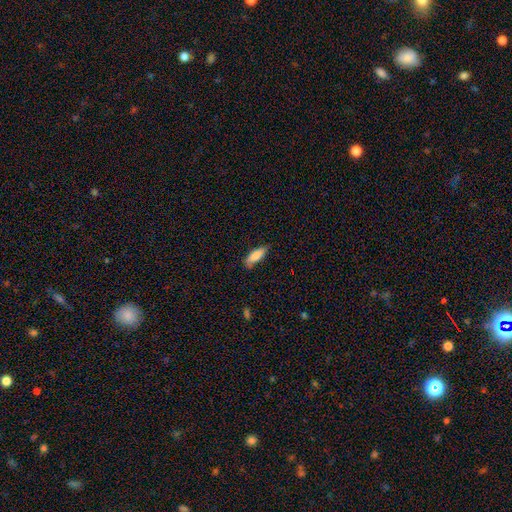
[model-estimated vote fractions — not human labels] Smooth or featured? Predicted: smooth (p=0.82). How rounded? Predicted: in between (p=0.57). Merging? Predicted: none (p=0.73).